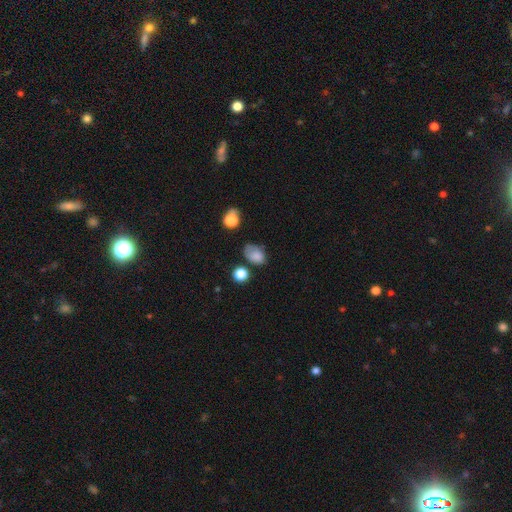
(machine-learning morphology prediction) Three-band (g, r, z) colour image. It shows a smooth galaxy with no disk features (78%) that is in between round and cigar-shaped (78%). Merging: none (51%).